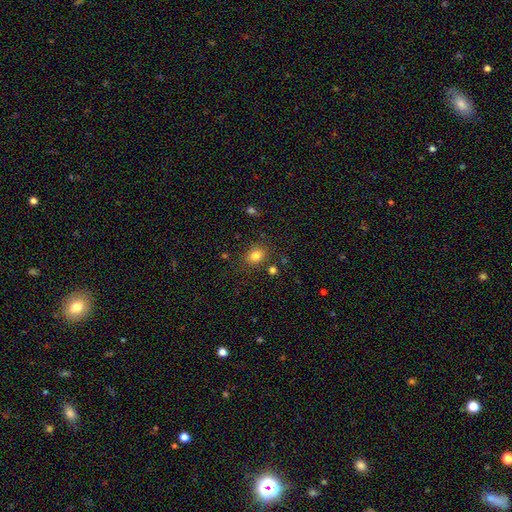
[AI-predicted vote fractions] Smooth or featured? Predicted: smooth (p=0.81). How rounded? Predicted: in between (p=0.51). Merging? Predicted: none (p=0.80).